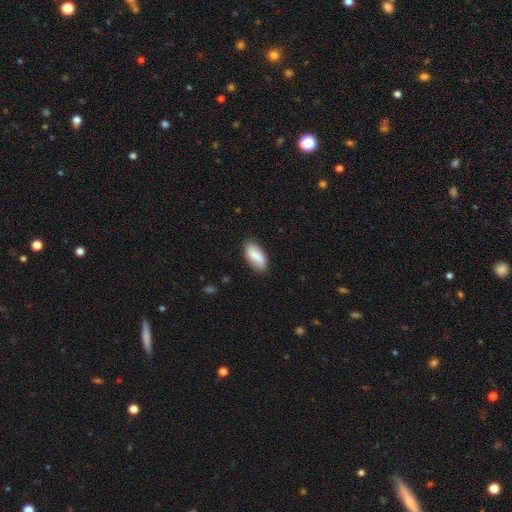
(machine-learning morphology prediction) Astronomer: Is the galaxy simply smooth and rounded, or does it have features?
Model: smooth — 80%.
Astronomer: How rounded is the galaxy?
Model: in between — 89%.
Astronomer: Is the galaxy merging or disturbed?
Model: none — 84%.